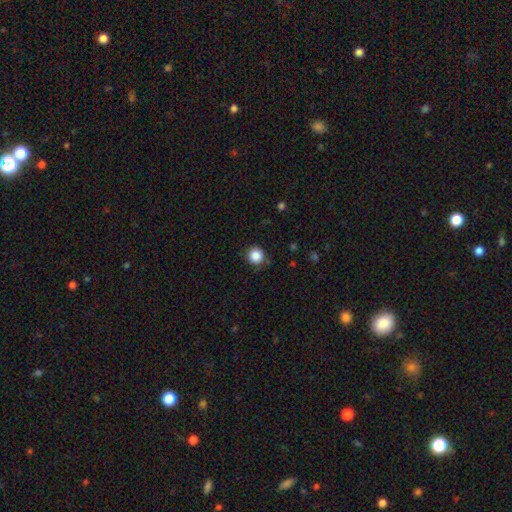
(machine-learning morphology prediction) This is clearly a smooth galaxy (87%). How rounded: clearly round (94%). Merging: clearly none (87%).